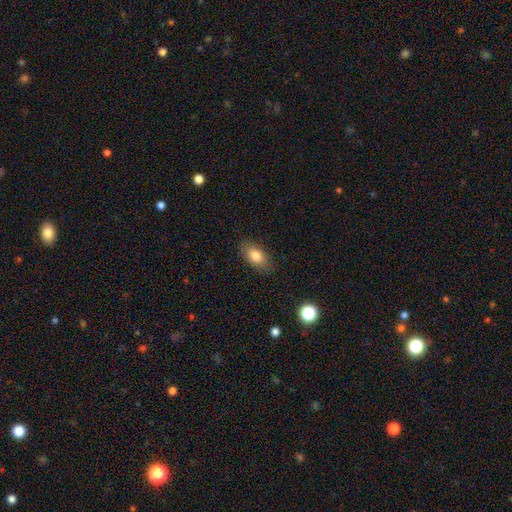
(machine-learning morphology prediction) Smooth or featured? smooth (80%)
How rounded? in between (89%)
Merging? none (84%)